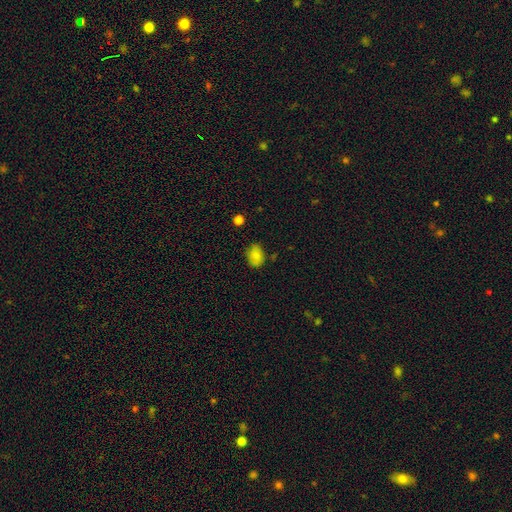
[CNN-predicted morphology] A smooth galaxy with no disk features (84%) that is in between round and cigar-shaped (73%).

Vote fractions:
- Smooth or featured? smooth: 84% / star or artifact: 9% / featured or disk: 7%
- How rounded? in between: 73% / round: 26% / cigar-shaped: 1%
- Merging? none: 76% / minor disturbance: 19% / major disturbance: 3% / merger: 2%